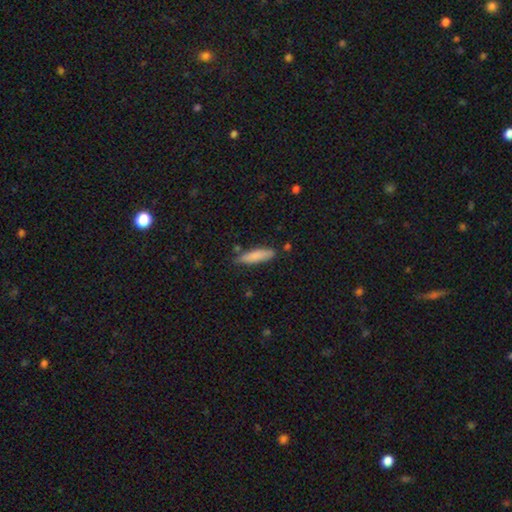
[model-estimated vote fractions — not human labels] Smooth or featured?
  - smooth: 85% *
  - featured or disk: 9%
  - star or artifact: 6%
How rounded?
  - cigar-shaped: 71% *
  - in between: 28%
  - round: 1%
Merging?
  - none: 80% *
  - minor disturbance: 14%
  - merger: 3%
  - major disturbance: 3%